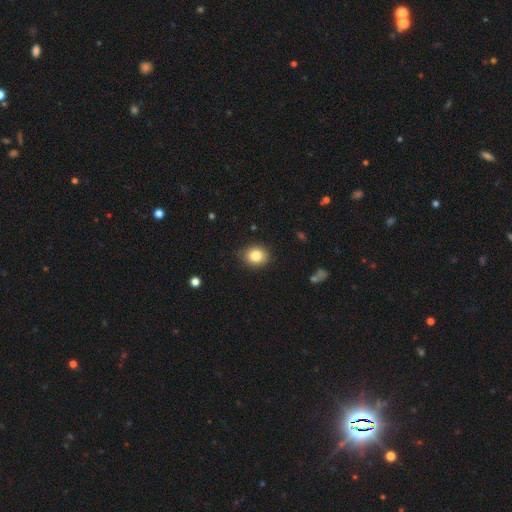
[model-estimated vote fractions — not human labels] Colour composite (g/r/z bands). It shows a smooth galaxy with no disk features (83%) that is round (70%). Merging: none (87%).